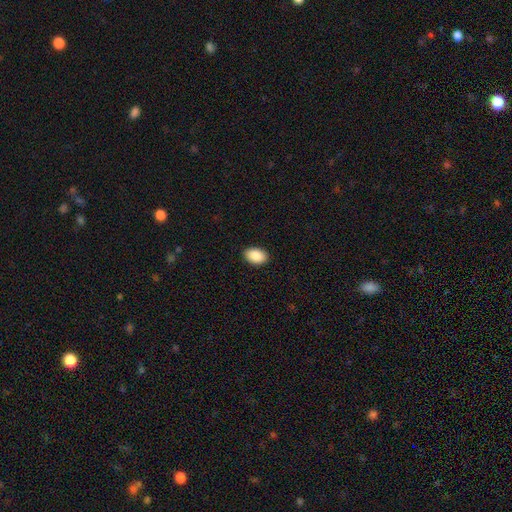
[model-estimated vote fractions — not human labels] This is clearly a smooth galaxy (90%). How rounded: clearly in between (88%). Merging: clearly none (91%).